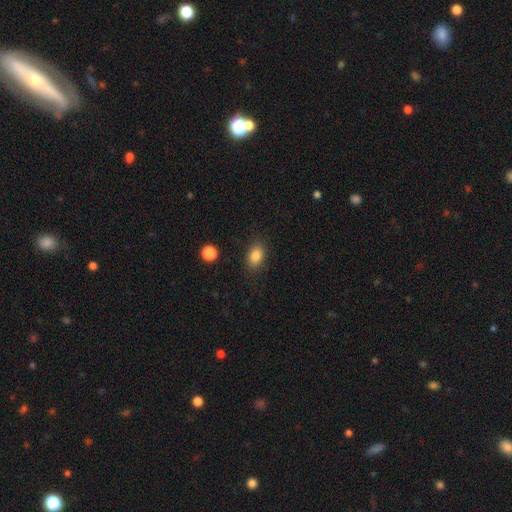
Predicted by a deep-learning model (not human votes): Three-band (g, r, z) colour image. It shows a smooth galaxy with no disk features (84%) that is in between round and cigar-shaped (80%). Merging: none (86%).